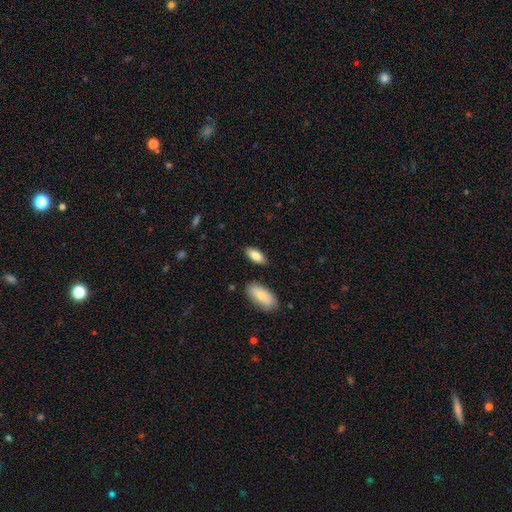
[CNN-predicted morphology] Q: Smooth or featured?
A: smooth (84%); runner-up: featured or disk (9%)
Q: How rounded?
A: in between (87%); runner-up: cigar-shaped (11%)
Q: Merging?
A: none (84%); runner-up: minor disturbance (10%)